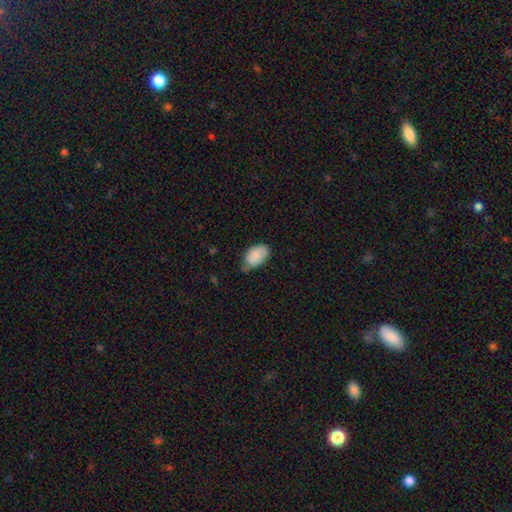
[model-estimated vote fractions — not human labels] Smooth or featured? Predicted: smooth (p=0.84). How rounded? Predicted: in between (p=0.91). Merging? Predicted: none (p=0.49).